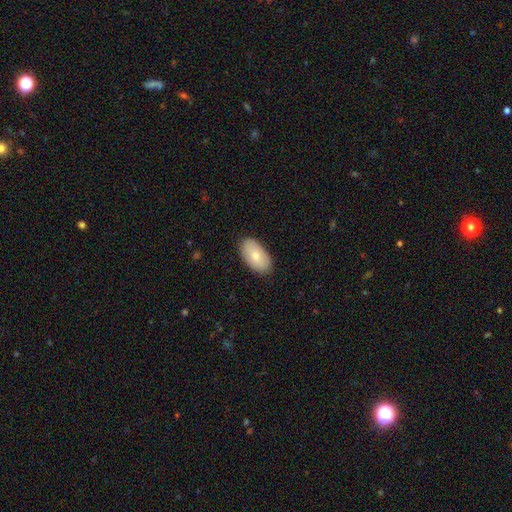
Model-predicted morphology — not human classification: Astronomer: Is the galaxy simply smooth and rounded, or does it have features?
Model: smooth — 76%.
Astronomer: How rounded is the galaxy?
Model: in between — 95%.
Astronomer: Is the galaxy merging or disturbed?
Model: none — 86%.